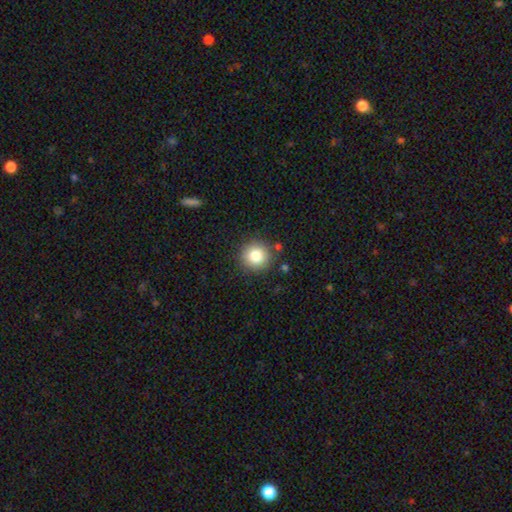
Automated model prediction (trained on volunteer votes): smooth_or_featured: smooth (p=0.83) [alt: star or artifact p=0.10]
how_rounded: round (p=0.93) [alt: in between p=0.06]
merging: none (p=0.86) [alt: minor disturbance p=0.08]